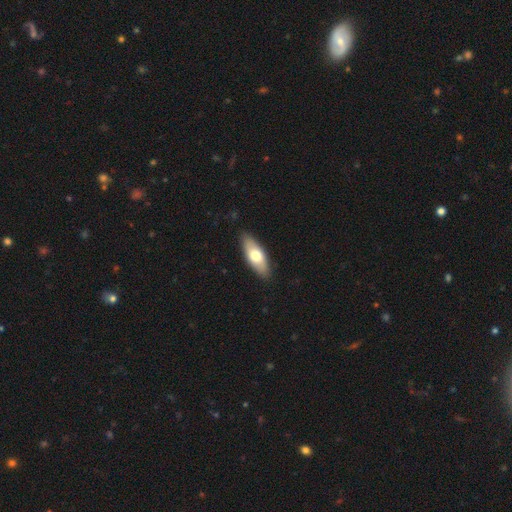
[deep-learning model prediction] Smooth or featured? smooth (66%)
How rounded? in between (73%)
Merging? none (88%)